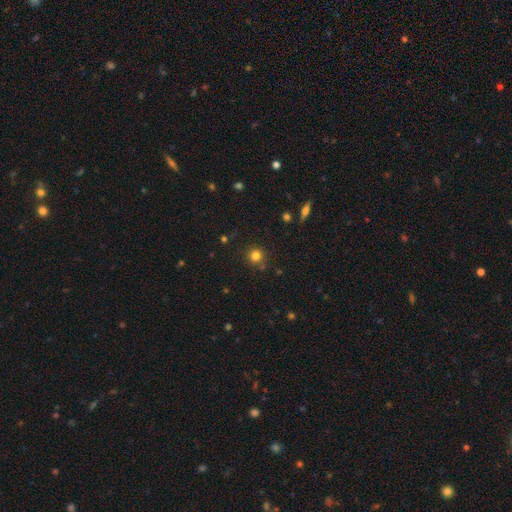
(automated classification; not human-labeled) A smooth galaxy with no disk features (79%) that is round (93%).

Vote fractions:
- Smooth or featured? smooth: 79% / star or artifact: 15% / featured or disk: 6%
- How rounded? round: 93% / in between: 6% / cigar-shaped: 1%
- Merging? none: 85% / minor disturbance: 9% / merger: 4% / major disturbance: 3%